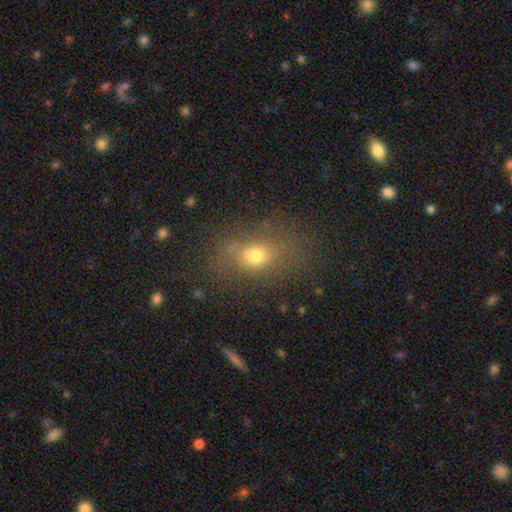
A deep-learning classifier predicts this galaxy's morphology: type=smooth (66%); roundness=in between (65%); merging=none (70%).